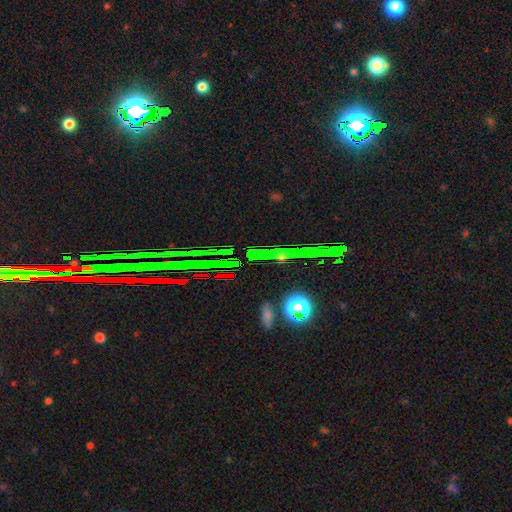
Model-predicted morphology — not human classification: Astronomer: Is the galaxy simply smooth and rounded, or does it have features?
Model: star or artifact — 62%.